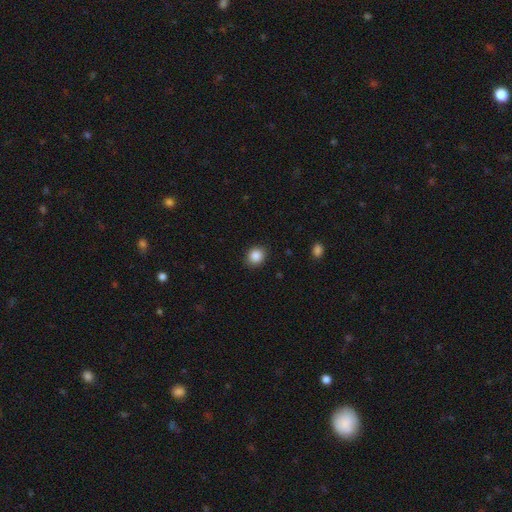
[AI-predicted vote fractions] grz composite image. It shows a smooth galaxy with no disk features (87%) that is round (74%). Merging: none (88%).